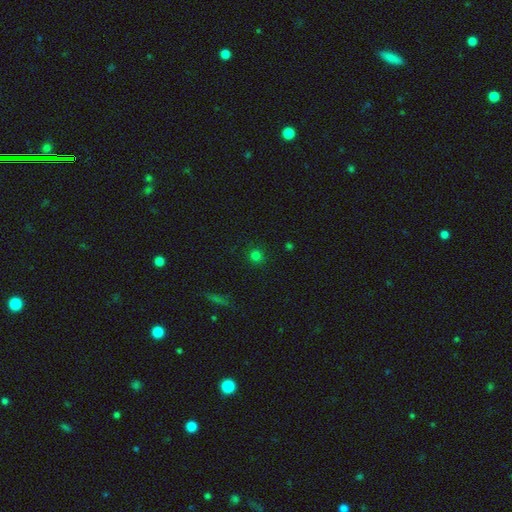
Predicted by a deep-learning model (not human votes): Smooth or featured? Predicted: smooth (p=0.77). How rounded? Predicted: round (p=0.92). Merging? Predicted: none (p=0.90).